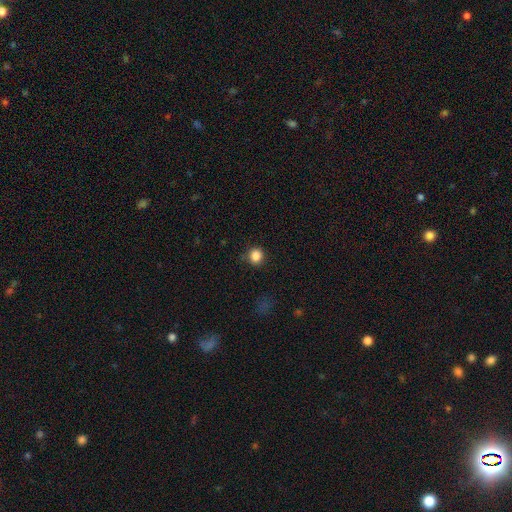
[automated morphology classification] smooth-or-featured: smooth: 86% | star or artifact: 11% | featured or disk: 3%
  how-rounded: round: 91% | in between: 8% | cigar-shaped: 1%
  merging: none: 84% | minor disturbance: 11% | major disturbance: 3% | merger: 2%